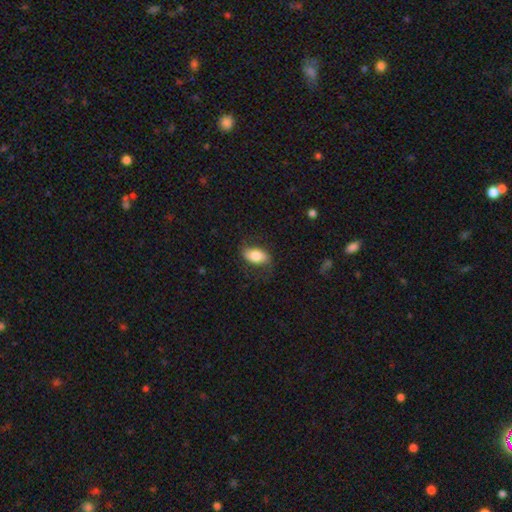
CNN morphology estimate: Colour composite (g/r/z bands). It shows a smooth galaxy with no disk features (75%) that is in between round and cigar-shaped (91%). Merging: none (72%).